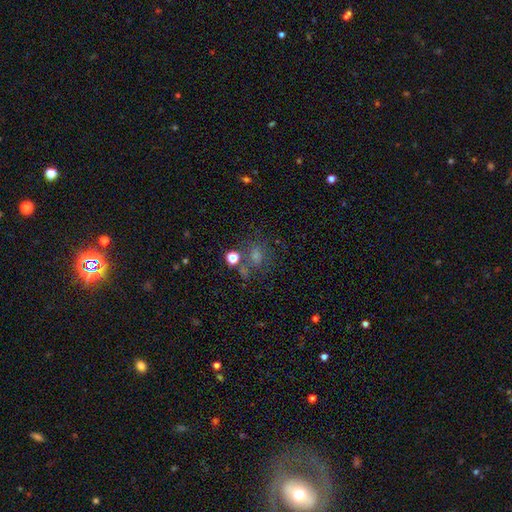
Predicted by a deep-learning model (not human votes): Overall: smooth (50%; star or artifact 29%). Merging: none (53%; minor disturbance 17%).